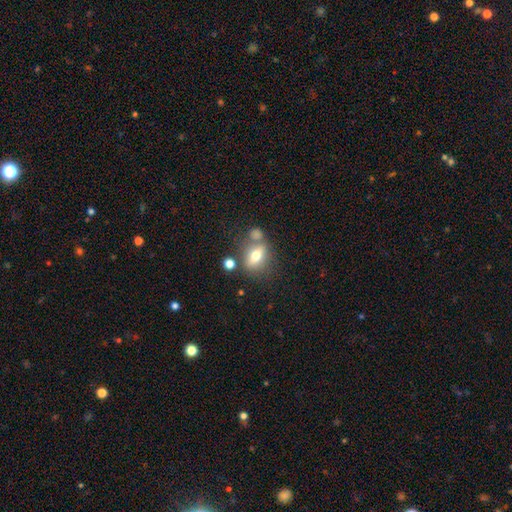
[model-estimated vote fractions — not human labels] Morphology: type=smooth (60%); roundness=in between (62%); merging=none (59%).